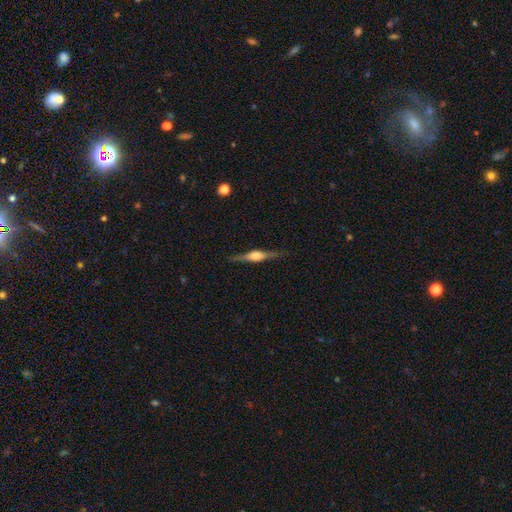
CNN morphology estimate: Smooth or featured?
  - featured or disk: 78% *
  - smooth: 16%
  - star or artifact: 6%
Edge-on disk?
  - yes: 97% *
  - no: 3%
Edge-on bulge?
  - rounded: 85% *
  - boxy: 12%
  - none: 3%
Merging?
  - none: 88% *
  - minor disturbance: 8%
  - major disturbance: 2%
  - merger: 1%